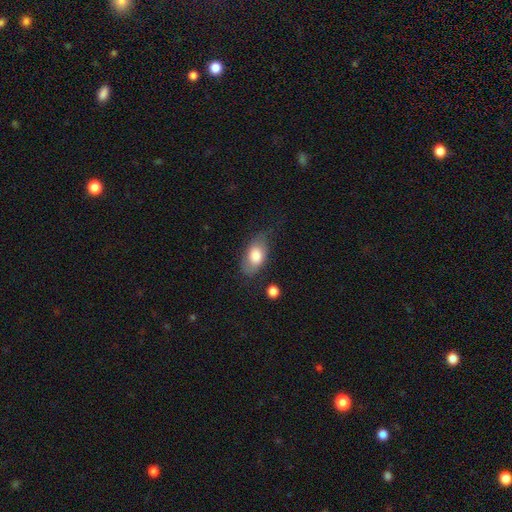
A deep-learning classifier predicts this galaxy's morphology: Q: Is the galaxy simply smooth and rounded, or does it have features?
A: smooth — 74%.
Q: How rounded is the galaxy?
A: in between — 90%.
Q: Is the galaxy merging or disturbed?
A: none — 59%.